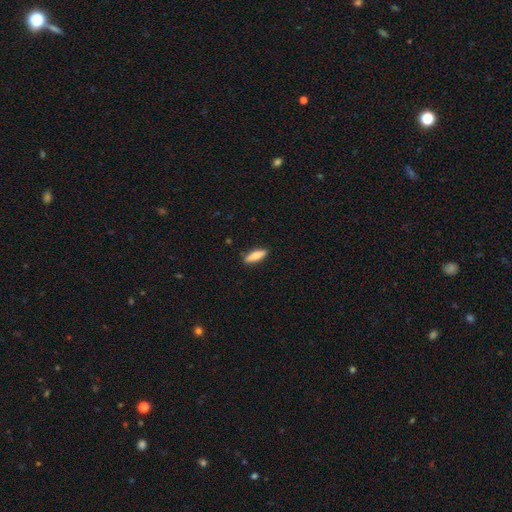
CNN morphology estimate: smooth-or-featured: smooth: 76% | featured or disk: 18% | star or artifact: 6%
  how-rounded: cigar-shaped: 61% | in between: 37% | round: 2%
  merging: none: 87% | minor disturbance: 10% | major disturbance: 2% | merger: 1%